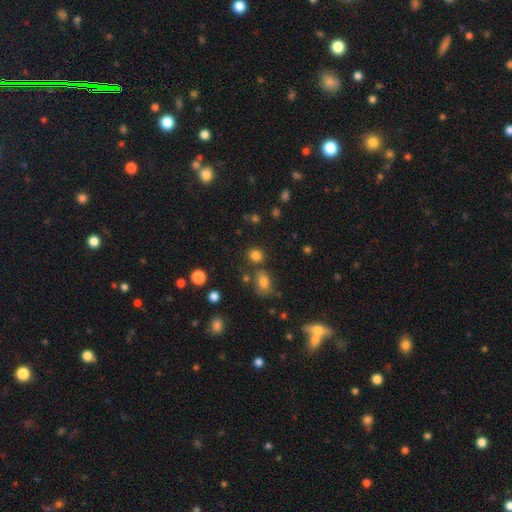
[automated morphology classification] smooth-or-featured: smooth: 82% | star or artifact: 13% | featured or disk: 5%
  how-rounded: round: 82% | in between: 17% | cigar-shaped: 1%
  merging: none: 76% | merger: 11% | minor disturbance: 9% | major disturbance: 3%